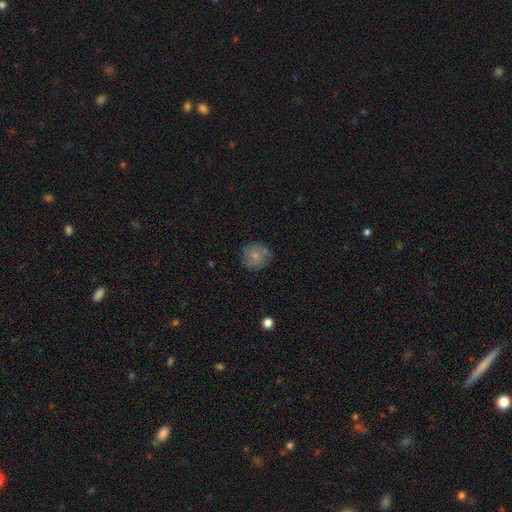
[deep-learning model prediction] Smooth or featured?
  - smooth: 69% *
  - featured or disk: 22%
  - star or artifact: 9%
How rounded?
  - round: 85% *
  - in between: 14%
  - cigar-shaped: 1%
Merging?
  - none: 69% *
  - minor disturbance: 20%
  - major disturbance: 6%
  - merger: 5%